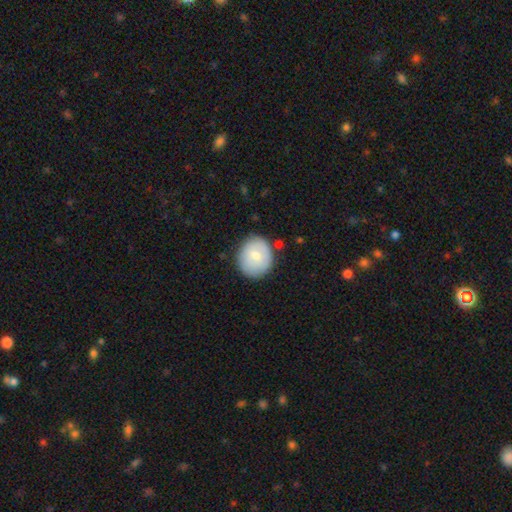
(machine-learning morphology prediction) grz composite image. It shows a smooth galaxy with no disk features (73%) that is round (78%). Merging: none (80%).